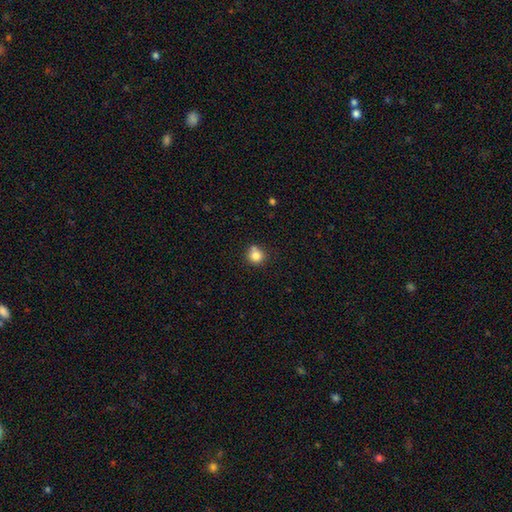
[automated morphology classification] This appears to be a smooth galaxy with no disk features (81%) that is round (88%). Merging: none (65%).